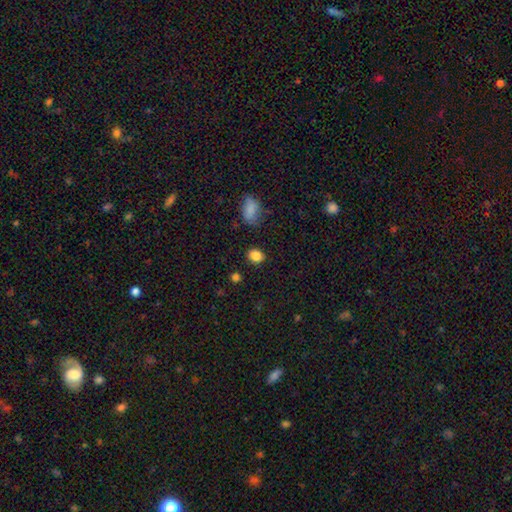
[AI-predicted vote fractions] smooth 85%, star or artifact 10%, featured or disk 4%. Down the decision tree: how rounded — in between (52%); merging — none (84%).